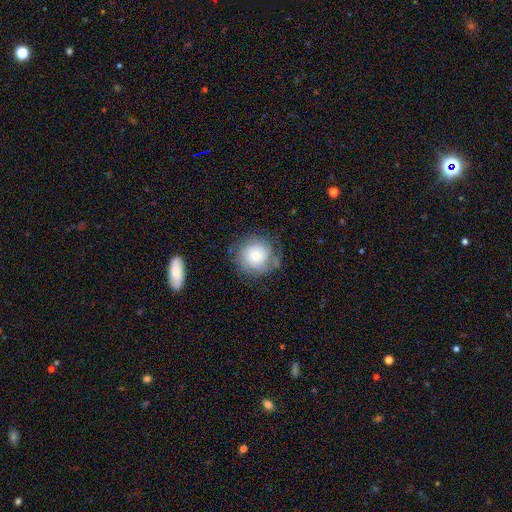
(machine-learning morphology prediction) smooth 47%, featured or disk 43%, star or artifact 9%. Down the decision tree: merging — none (72%).